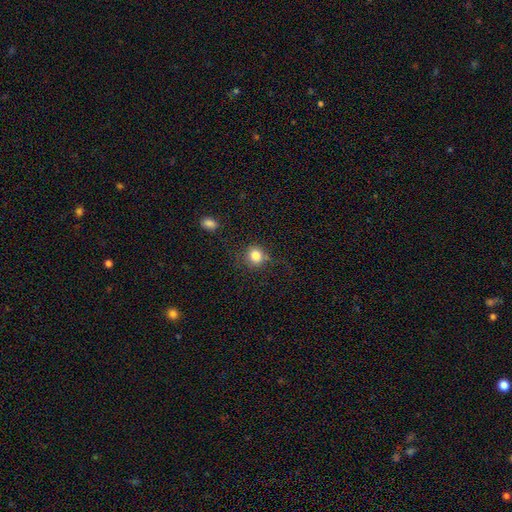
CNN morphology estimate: This is clearly a smooth galaxy (82%). How rounded: clearly round (86%). Merging: likely none (76%).